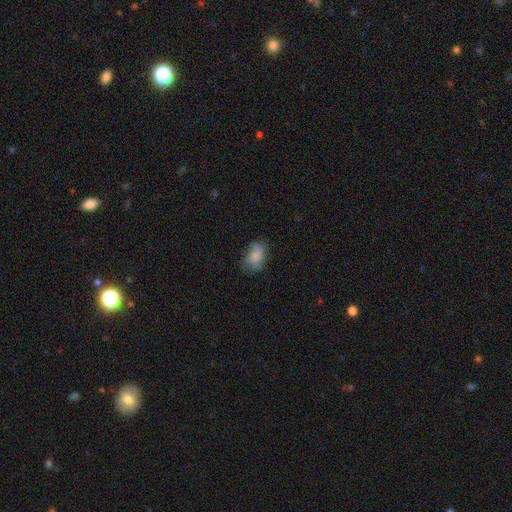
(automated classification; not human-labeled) smooth_or_featured: smooth (p=0.80) [alt: featured or disk p=0.12]
how_rounded: in between (p=0.84) [alt: round p=0.15]
merging: none (p=0.63) [alt: minor disturbance p=0.27]